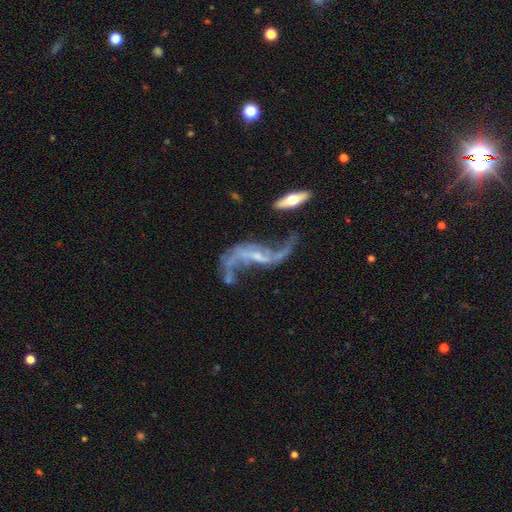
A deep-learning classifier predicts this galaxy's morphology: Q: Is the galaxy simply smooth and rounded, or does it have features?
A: featured or disk — 85%.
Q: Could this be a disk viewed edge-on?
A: no — 91%.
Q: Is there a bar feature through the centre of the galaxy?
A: no — 42%.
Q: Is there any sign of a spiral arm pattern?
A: yes — 91%.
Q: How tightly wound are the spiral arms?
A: loose — 88%.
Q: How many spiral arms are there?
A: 2 — 90%.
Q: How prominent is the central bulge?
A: small — 65%.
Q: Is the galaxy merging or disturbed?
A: none — 47%.